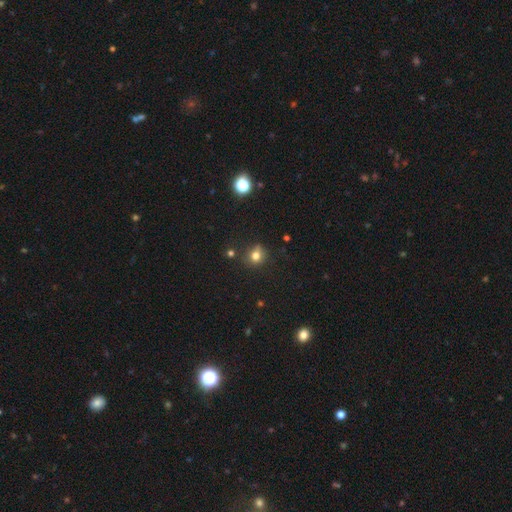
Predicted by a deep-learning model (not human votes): Smooth or featured: smooth — 74% (star or artifact — 17%)
How rounded: round — 77% (in between — 22%)
Merging: none — 71% (minor disturbance — 18%)